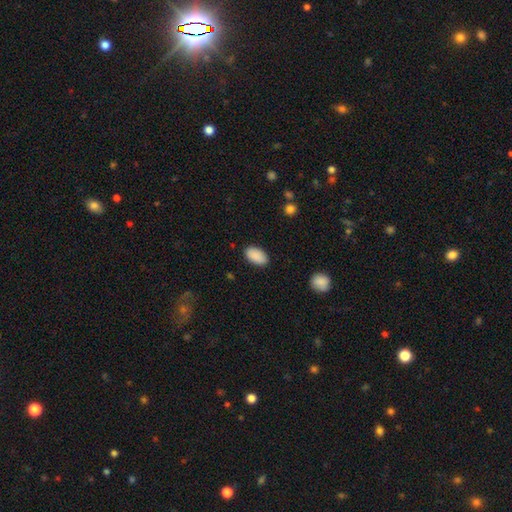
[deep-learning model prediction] The model was most divided on "merging": none: 88%, minor disturbance: 9%, major disturbance: 2%, merger: 1%. More confident: how rounded — in between (95%); smooth or featured — smooth (91%).